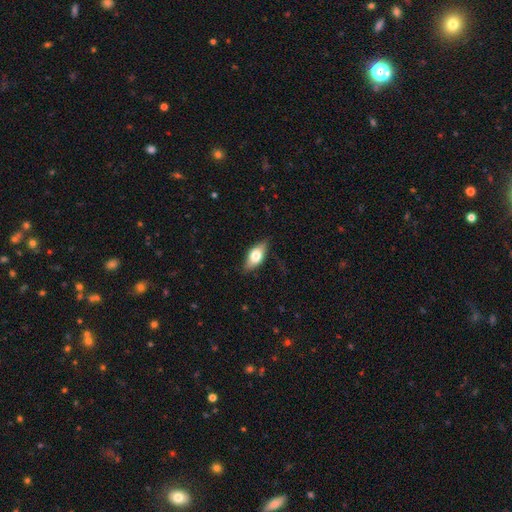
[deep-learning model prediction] smooth-or-featured: smooth: 59% | featured or disk: 34% | star or artifact: 7%
  how-rounded: in between: 82% | cigar-shaped: 13% | round: 5%
  merging: none: 80% | minor disturbance: 16% | major disturbance: 3% | merger: 1%